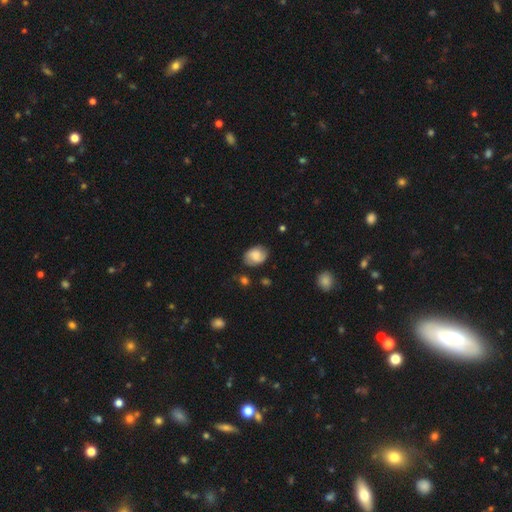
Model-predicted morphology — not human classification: A smooth galaxy with no disk features (57%) that is in between round and cigar-shaped (68%). Merging: none (74%).